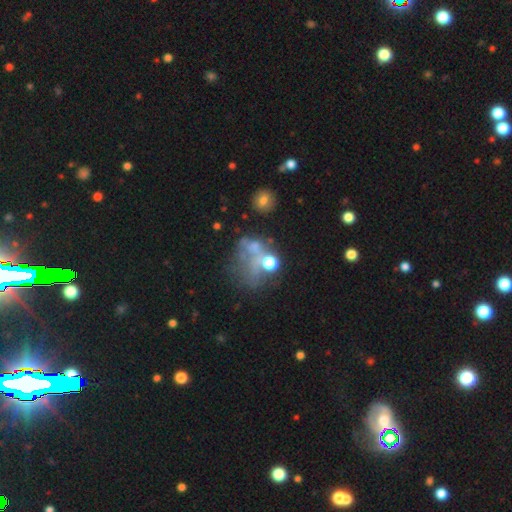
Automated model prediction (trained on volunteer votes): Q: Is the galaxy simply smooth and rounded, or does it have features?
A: featured or disk — 36%.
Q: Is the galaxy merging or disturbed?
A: major disturbance — 34%.